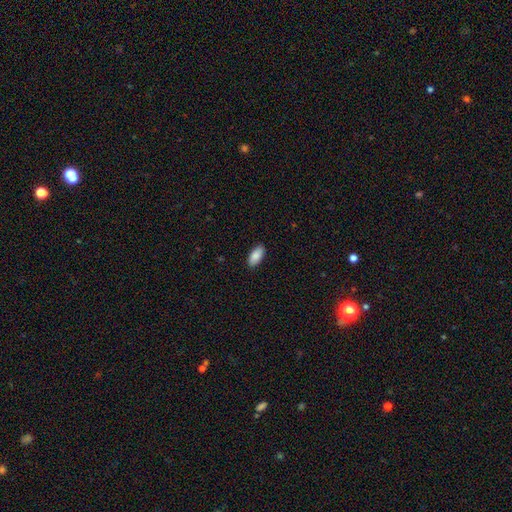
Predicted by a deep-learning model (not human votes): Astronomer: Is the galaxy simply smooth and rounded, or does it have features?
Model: smooth — 88%.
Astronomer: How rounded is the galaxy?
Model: in between — 92%.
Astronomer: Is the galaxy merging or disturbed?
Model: none — 89%.